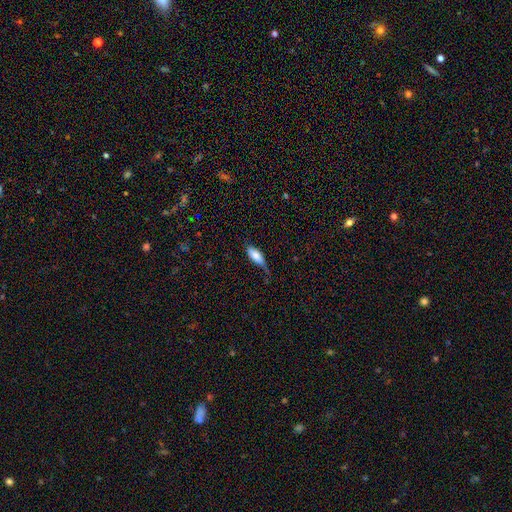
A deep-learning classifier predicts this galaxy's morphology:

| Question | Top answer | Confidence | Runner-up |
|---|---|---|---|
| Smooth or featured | smooth | 78% | featured or disk (15%) |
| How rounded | in between | 76% | cigar-shaped (21%) |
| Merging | none | 45% | minor disturbance (36%) |